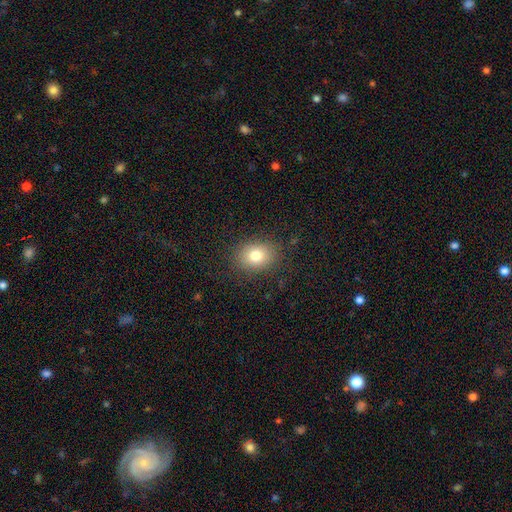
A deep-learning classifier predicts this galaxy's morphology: smooth-or-featured: smooth: 79% | star or artifact: 11% | featured or disk: 11%
  how-rounded: in between: 54% | round: 45% | cigar-shaped: 1%
  merging: none: 86% | minor disturbance: 10% | major disturbance: 4% | merger: 1%